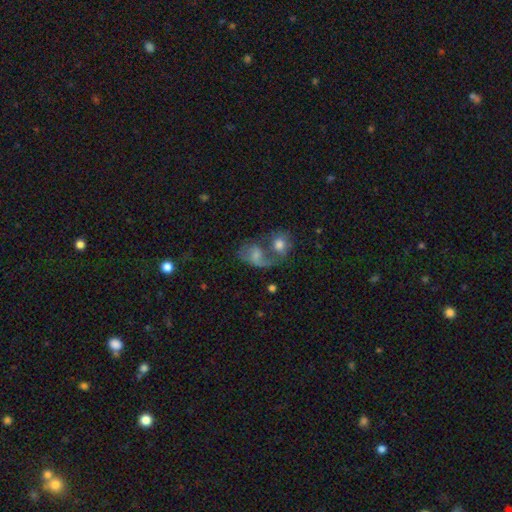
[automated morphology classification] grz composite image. It shows a featured or disk galaxy (47%). Merging: merger (56%).